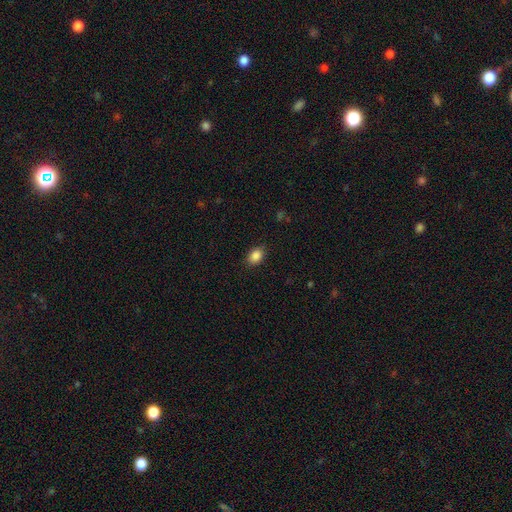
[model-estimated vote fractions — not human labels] smooth 87%, star or artifact 9%, featured or disk 4%. Down the decision tree: how rounded — in between (74%); merging — none (87%).